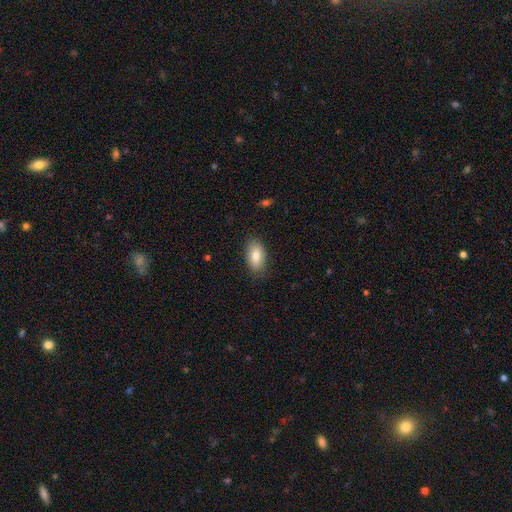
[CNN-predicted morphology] The model was most divided on "smooth or featured": smooth: 81%, featured or disk: 12%, star or artifact: 7%. More confident: how rounded — in between (92%); merging — none (84%).